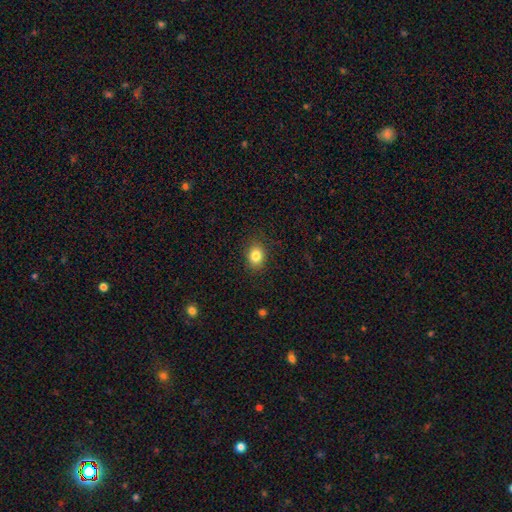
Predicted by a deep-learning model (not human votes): A smooth galaxy with no disk features (84%) that is in between round and cigar-shaped (54%).

Vote fractions:
- Smooth or featured? smooth: 84% / star or artifact: 10% / featured or disk: 6%
- How rounded? in between: 54% / round: 45% / cigar-shaped: 1%
- Merging? none: 87% / minor disturbance: 9% / major disturbance: 3% / merger: 1%